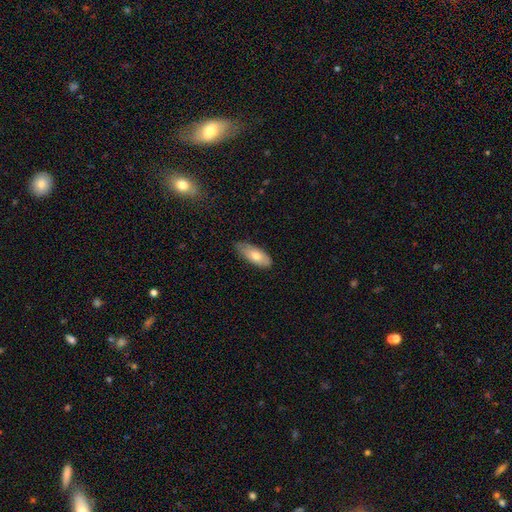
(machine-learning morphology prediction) type=smooth (72%); roundness=in between (78%); merging=none (75%).